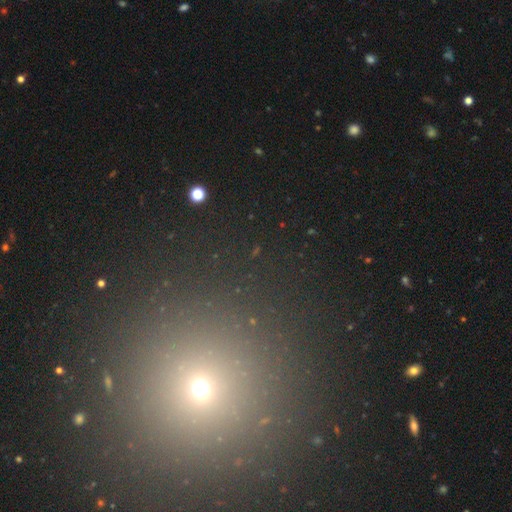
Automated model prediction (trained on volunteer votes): Smooth or featured: star or artifact — 51% (smooth — 42%)